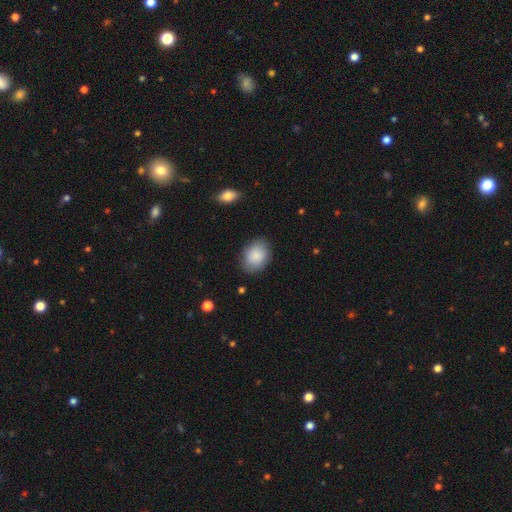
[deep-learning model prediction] This is clearly a smooth galaxy (88%). How rounded: likely in between (68%). Merging: clearly none (82%).